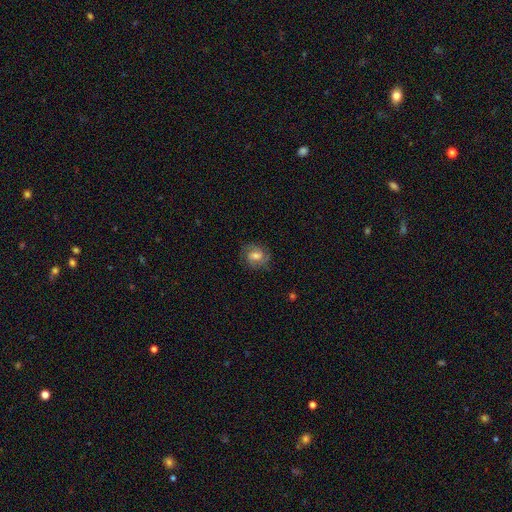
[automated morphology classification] smooth_or_featured: featured or disk (p=0.53) [alt: smooth p=0.36]
disk_edge_on: no (p=0.96) [alt: yes p=0.04]
bar: weak (p=0.48) [alt: no p=0.38]
has_spiral_arms: yes (p=0.86) [alt: no p=0.14]
bulge_size: moderate (p=0.57) [alt: small p=0.23]
merging: none (p=0.76) [alt: minor disturbance p=0.16]